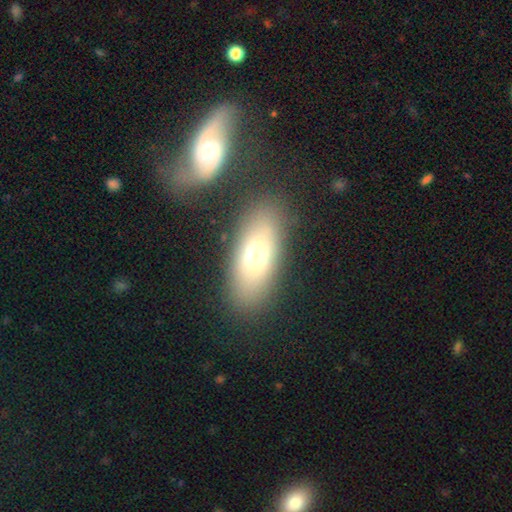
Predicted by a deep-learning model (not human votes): This appears to be a smooth galaxy with no disk features (65%) that is in between round and cigar-shaped (84%). Merging: none (75%).